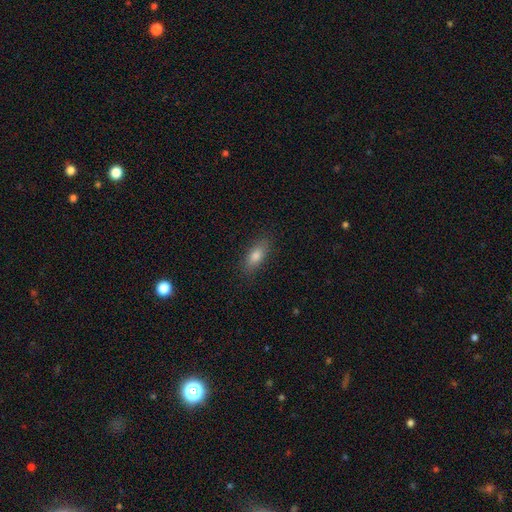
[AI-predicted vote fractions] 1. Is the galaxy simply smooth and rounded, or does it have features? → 79% smooth, 12% featured or disk, 9% star or artifact.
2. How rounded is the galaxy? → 77% in between, 19% cigar-shaped, 4% round.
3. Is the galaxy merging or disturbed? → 85% none, 11% minor disturbance, 3% major disturbance, 1% merger.